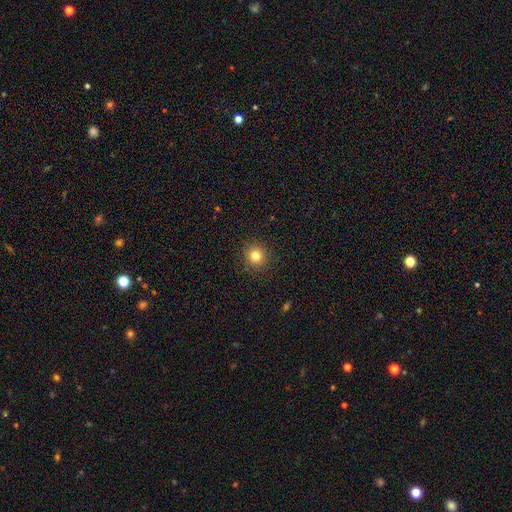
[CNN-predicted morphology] Overall: smooth (80%). How rounded: round (91%). Merging: none (91%).